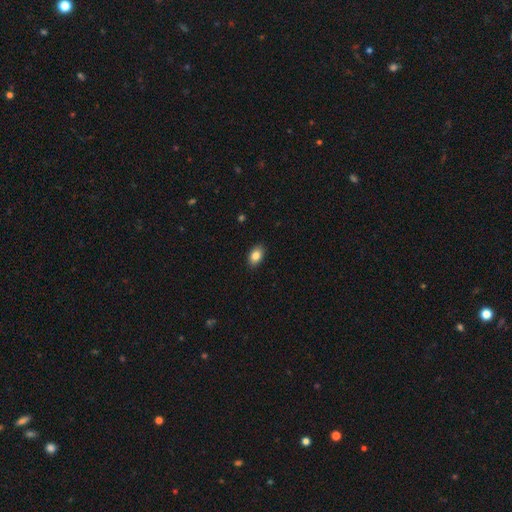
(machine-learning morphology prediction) smooth_or_featured: smooth (p=0.85) [alt: star or artifact p=0.08]
how_rounded: in between (p=0.87) [alt: round p=0.11]
merging: none (p=0.89) [alt: minor disturbance p=0.09]